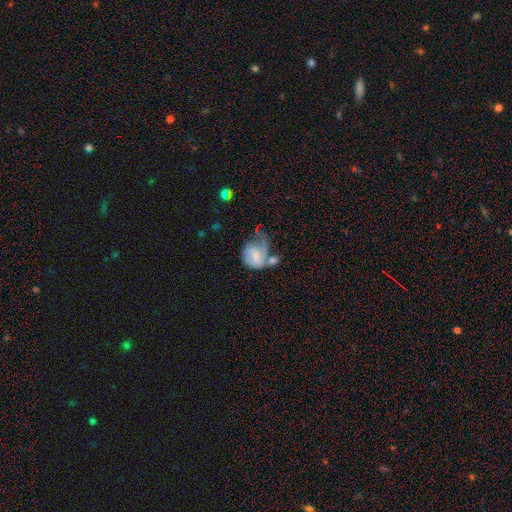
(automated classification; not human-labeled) This is possibly a featured or disk galaxy (47%). Merging: marginally major disturbance (32%).